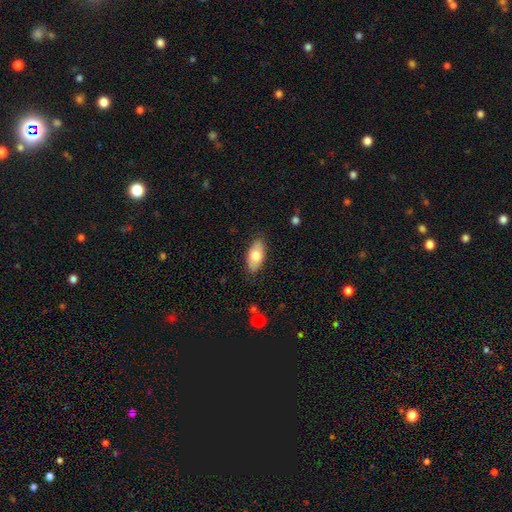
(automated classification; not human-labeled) The model was most divided on "smooth or featured": smooth: 74%, featured or disk: 20%, star or artifact: 6%. More confident: how rounded — in between (92%); merging — none (84%).